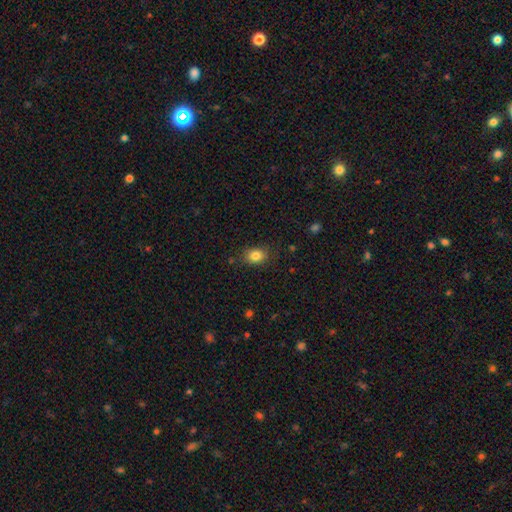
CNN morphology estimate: Smooth or featured? Predicted: smooth (p=0.84). How rounded? Predicted: in between (p=0.65). Merging? Predicted: none (p=0.81).